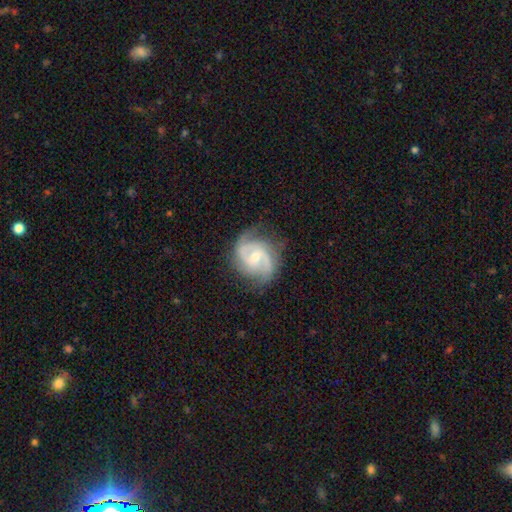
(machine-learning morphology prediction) smooth-or-featured: featured or disk: 86% | smooth: 9% | star or artifact: 6%
  disk-edge-on: no: 98% | yes: 2%
    bar: weak: 46% | no: 42% | strong: 13%
    has-spiral-arms: yes: 96% | no: 4%
      spiral-winding: medium: 51% | tight: 30% | loose: 19%
      spiral-arm-count: 2: 80% | 3: 8% | can't tell: 6% | 1: 2% | 4: 2% | more than 4: 2%
    bulge-size: moderate: 53% | small: 42% | large: 2% | none: 2% | dominant: 1%
  merging: none: 73% | minor disturbance: 19% | major disturbance: 7% | merger: 1%